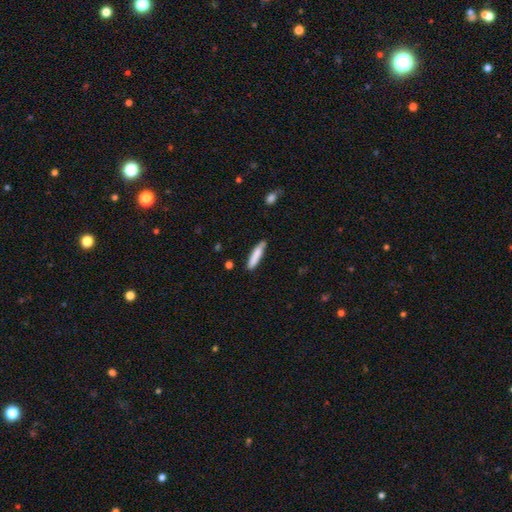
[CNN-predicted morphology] Smooth or featured?
  - smooth: 81% *
  - featured or disk: 13%
  - star or artifact: 6%
How rounded?
  - cigar-shaped: 87% *
  - in between: 11%
  - round: 1%
Merging?
  - none: 82% *
  - minor disturbance: 14%
  - major disturbance: 2%
  - merger: 2%